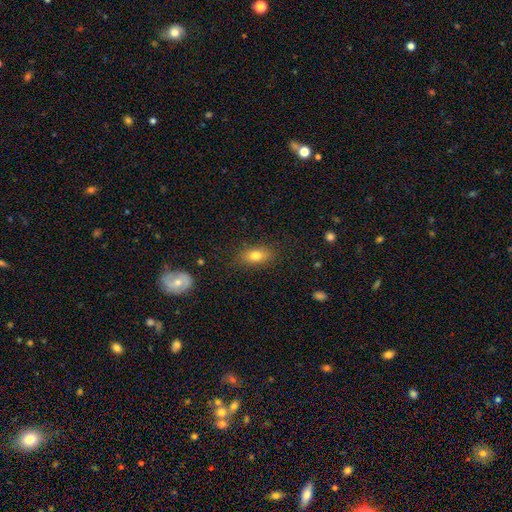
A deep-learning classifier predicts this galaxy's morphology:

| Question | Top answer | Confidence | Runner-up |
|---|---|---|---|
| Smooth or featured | smooth | 79% | featured or disk (12%) |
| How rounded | in between | 83% | cigar-shaped (9%) |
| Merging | none | 84% | minor disturbance (11%) |